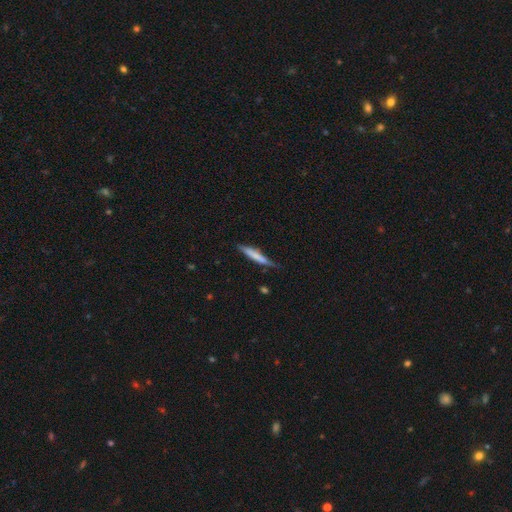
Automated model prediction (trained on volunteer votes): Q: Smooth or featured?
A: smooth (64%); runner-up: featured or disk (31%)
Q: How rounded?
A: cigar-shaped (92%); runner-up: in between (7%)
Q: Merging?
A: none (70%); runner-up: minor disturbance (23%)